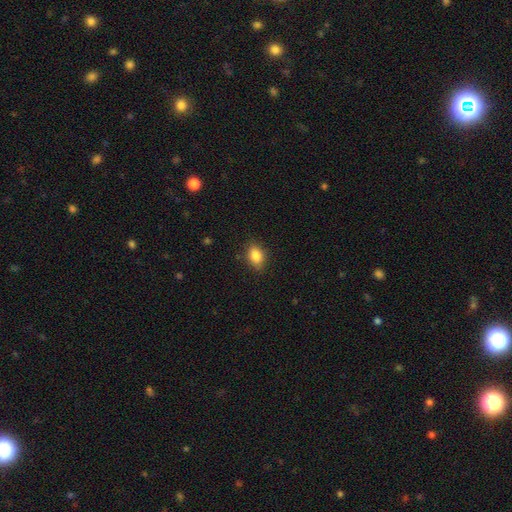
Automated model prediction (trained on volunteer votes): This is clearly a smooth galaxy (85%). How rounded: likely in between (79%). Merging: clearly none (83%).